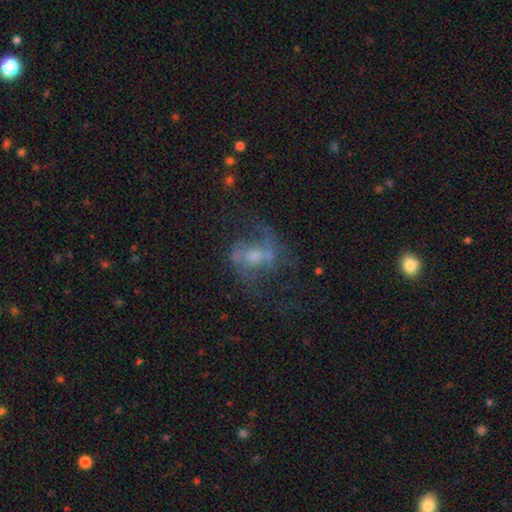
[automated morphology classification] Smooth or featured? Predicted: featured or disk (p=0.74). Edge-on disk? Predicted: no (p=0.97). Bar? Predicted: no (p=0.48). Spiral arms? Predicted: yes (p=0.80). Spiral winding? Predicted: loose (p=0.52). Spiral arm count? Predicted: 2 (p=0.76). Bulge size? Predicted: moderate (p=0.46). Merging? Predicted: none (p=0.52).